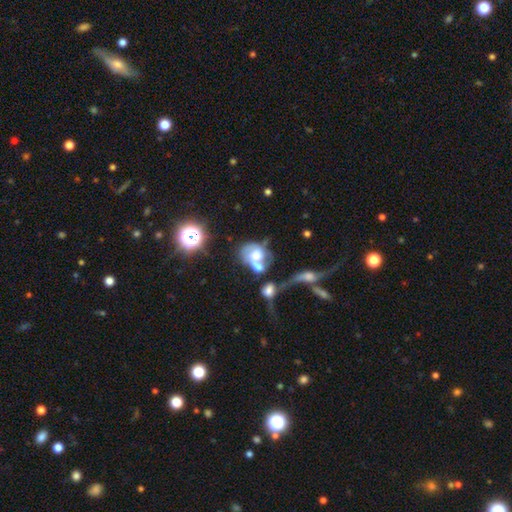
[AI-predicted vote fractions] This appears to be a featured or disk galaxy (51%). Merging: merger (56%).